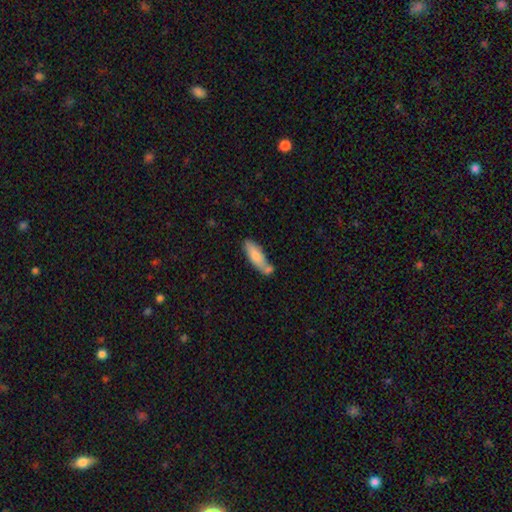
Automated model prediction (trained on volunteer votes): Smooth or featured? smooth (75%)
How rounded? in between (55%)
Merging? none (54%)